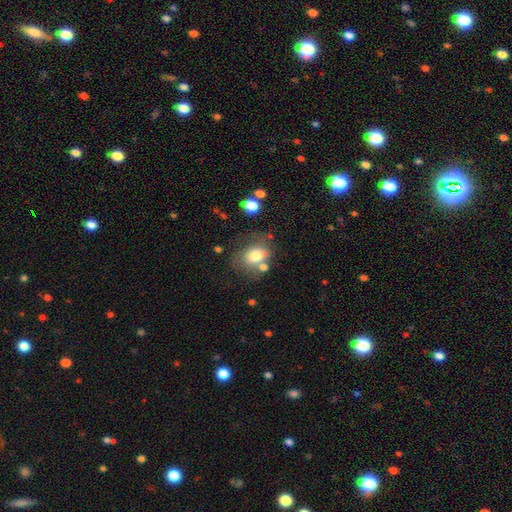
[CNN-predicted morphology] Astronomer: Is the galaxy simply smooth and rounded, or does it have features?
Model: smooth — 74%.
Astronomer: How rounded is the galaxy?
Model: in between — 59% (runner-up: round, 40%).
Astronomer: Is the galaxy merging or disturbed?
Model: none — 54%.